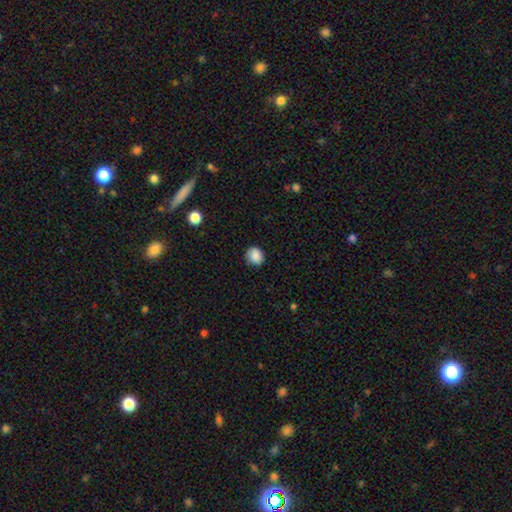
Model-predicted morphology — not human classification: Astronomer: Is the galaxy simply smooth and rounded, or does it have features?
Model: smooth — 87%.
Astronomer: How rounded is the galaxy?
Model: round — 75%.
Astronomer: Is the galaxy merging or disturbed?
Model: none — 84%.